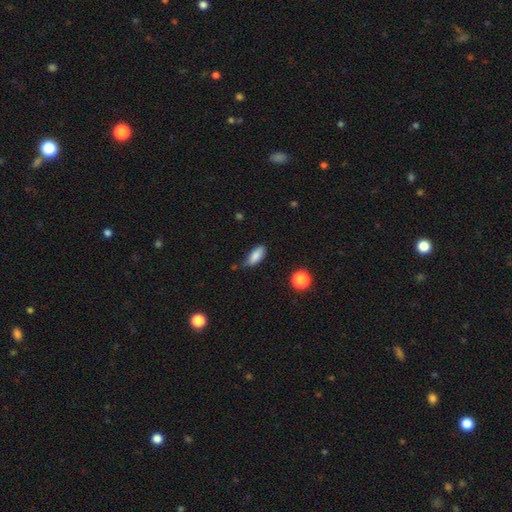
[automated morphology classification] A smooth galaxy with no disk features (85%) that is in between round and cigar-shaped (85%). Merging: none (56%).